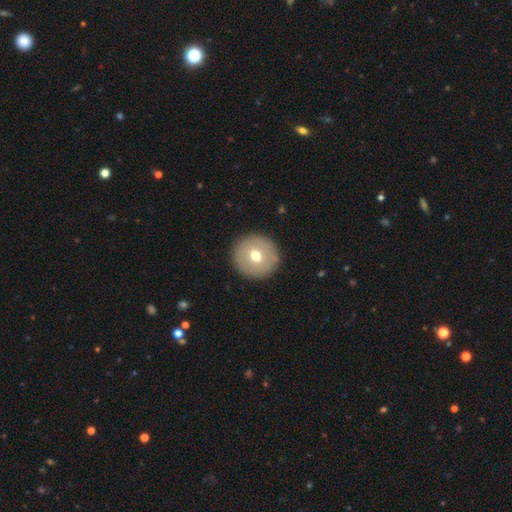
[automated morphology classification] Smooth or featured: smooth — 67% (featured or disk — 24%)
How rounded: round — 95% (in between — 4%)
Merging: none — 91% (minor disturbance — 6%)